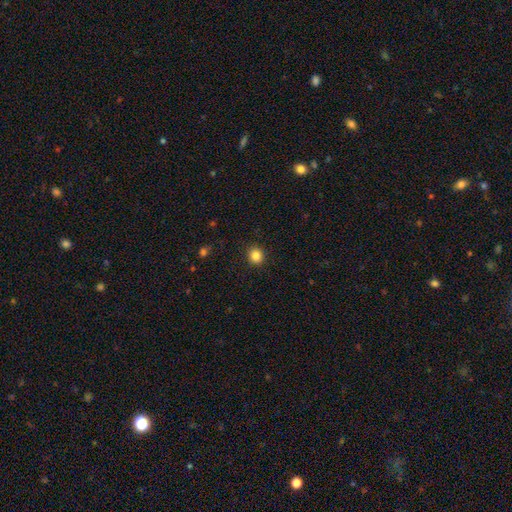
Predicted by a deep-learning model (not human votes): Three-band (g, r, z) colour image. It shows a smooth galaxy with no disk features (85%) that is round (86%). Merging: none (92%).